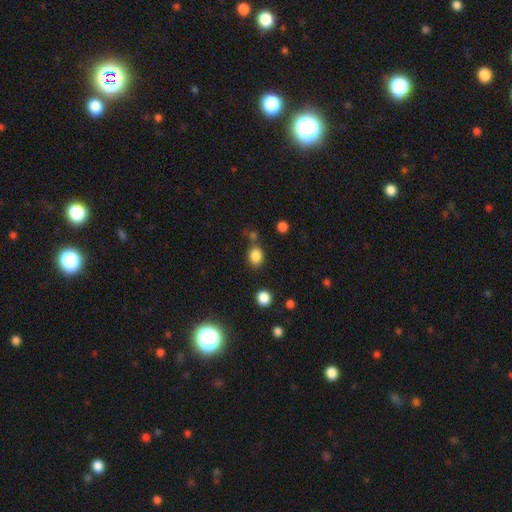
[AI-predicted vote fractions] Overall: smooth (84%). How rounded: round (53%; in between 46%). Merging: none (70%).